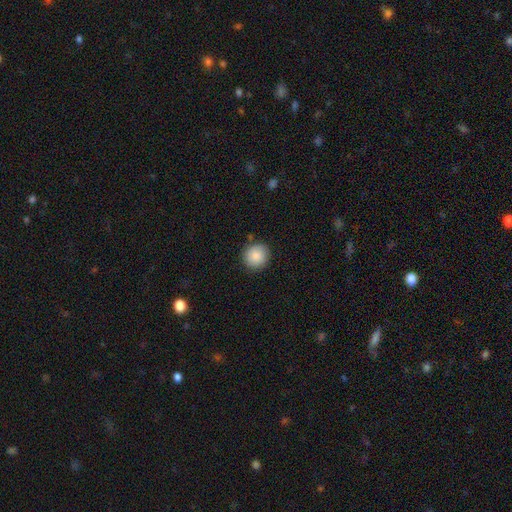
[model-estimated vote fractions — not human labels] smooth-or-featured: smooth: 87% | star or artifact: 8% | featured or disk: 5%
  how-rounded: round: 91% | in between: 8% | cigar-shaped: 1%
  merging: none: 88% | minor disturbance: 9% | major disturbance: 2% | merger: 2%